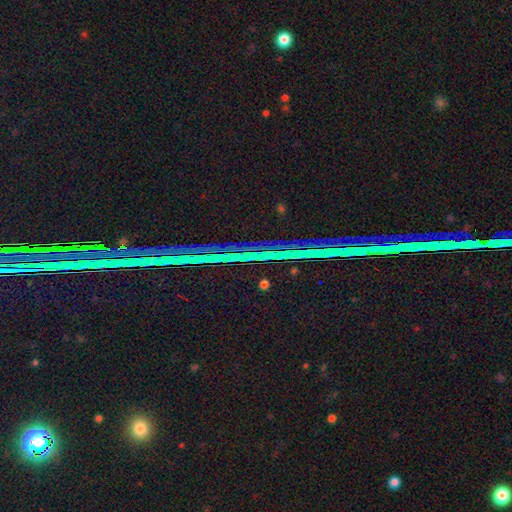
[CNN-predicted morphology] Smooth or featured? star or artifact (72%)